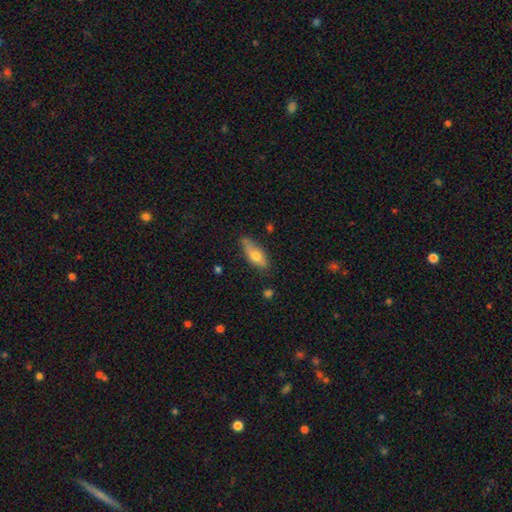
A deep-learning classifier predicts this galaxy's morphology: Smooth or featured?
  - smooth: 68% *
  - featured or disk: 26%
  - star or artifact: 7%
How rounded?
  - in between: 67% *
  - cigar-shaped: 29%
  - round: 3%
Merging?
  - none: 66% *
  - minor disturbance: 26%
  - major disturbance: 5%
  - merger: 3%